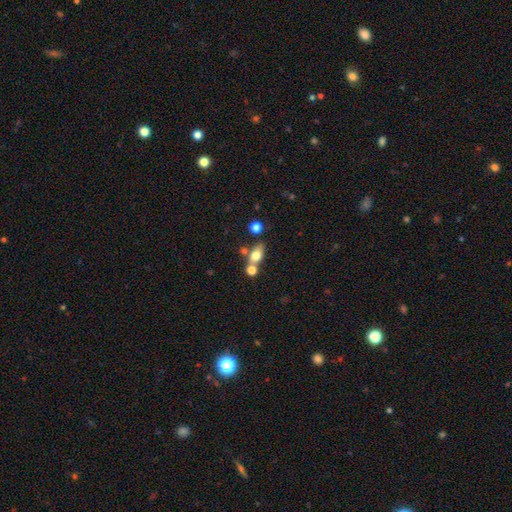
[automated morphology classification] Smooth or featured? Predicted: smooth (p=0.72). How rounded? Predicted: in between (p=0.67). Merging? Predicted: none (p=0.47).